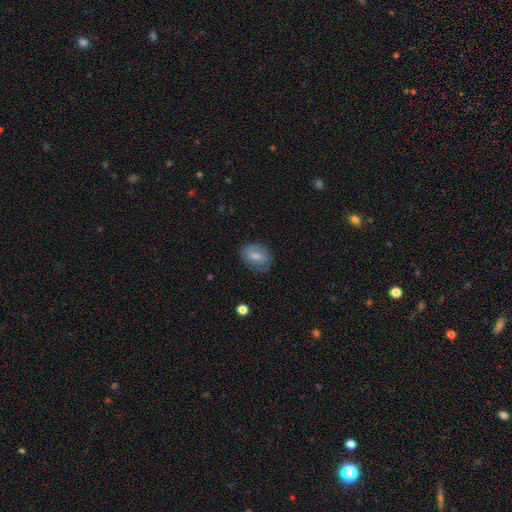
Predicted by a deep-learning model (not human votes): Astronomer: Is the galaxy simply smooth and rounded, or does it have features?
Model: smooth — 67%.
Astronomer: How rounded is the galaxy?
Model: in between — 69%.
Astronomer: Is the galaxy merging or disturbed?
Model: none — 71%.